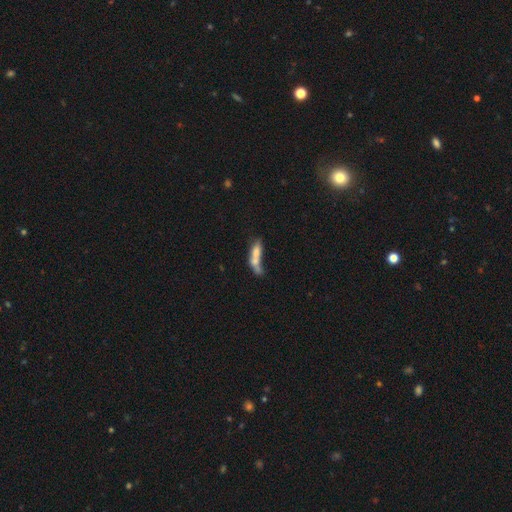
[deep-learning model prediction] smooth 59%, featured or disk 31%, star or artifact 10%. Down the decision tree: how rounded — cigar-shaped (53%); merging — merger (54%).